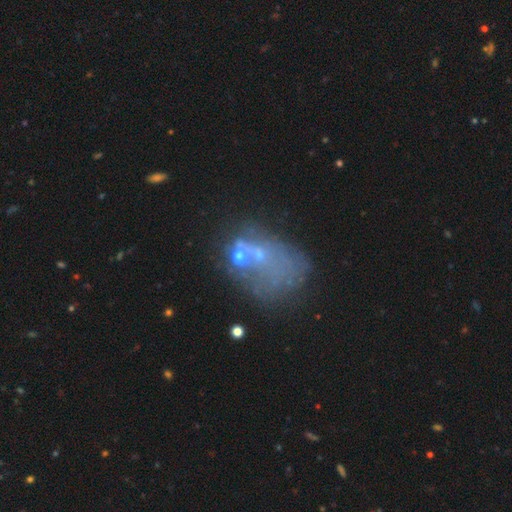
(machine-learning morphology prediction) Smooth or featured? Predicted: featured or disk (p=0.43). Merging? Predicted: none (p=0.31).